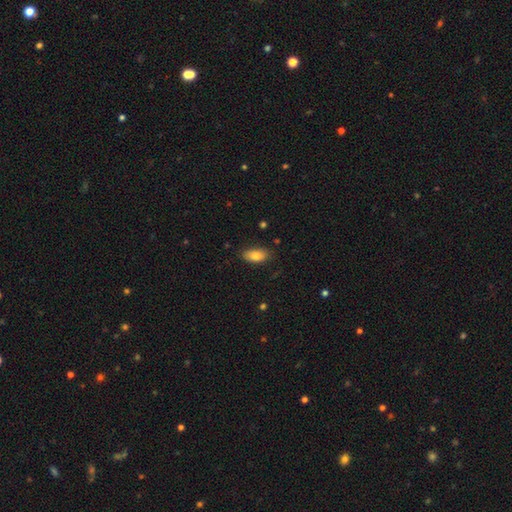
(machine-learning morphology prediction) This appears to be a smooth galaxy with no disk features (82%) that is in between round and cigar-shaped (91%). Merging: none (81%).